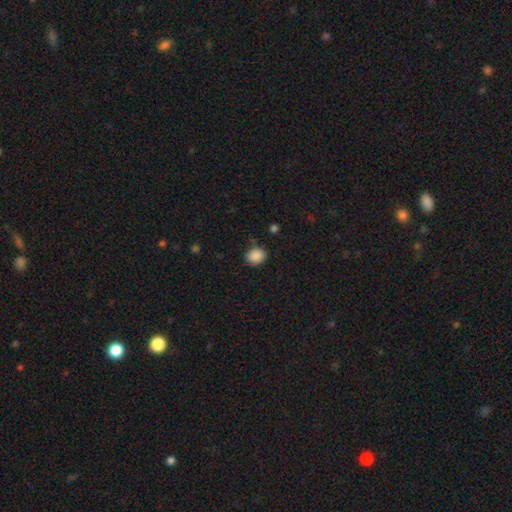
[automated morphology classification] A smooth galaxy with no disk features (88%) that is round (64%).

Vote fractions:
- Smooth or featured? smooth: 88% / star or artifact: 9% / featured or disk: 3%
- How rounded? round: 64% / in between: 35% / cigar-shaped: 1%
- Merging? none: 83% / minor disturbance: 12% / major disturbance: 3% / merger: 2%